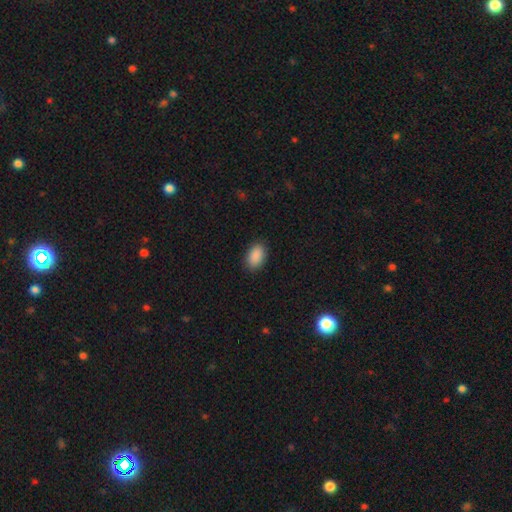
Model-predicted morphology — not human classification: A smooth galaxy with no disk features (90%) that is in between round and cigar-shaped (90%). Merging: none (87%).